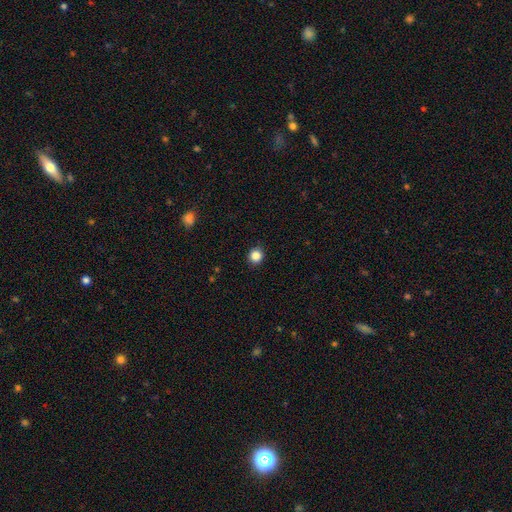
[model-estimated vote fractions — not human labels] This appears to be a smooth galaxy with no disk features (86%) that is round (88%). Merging: none (91%).